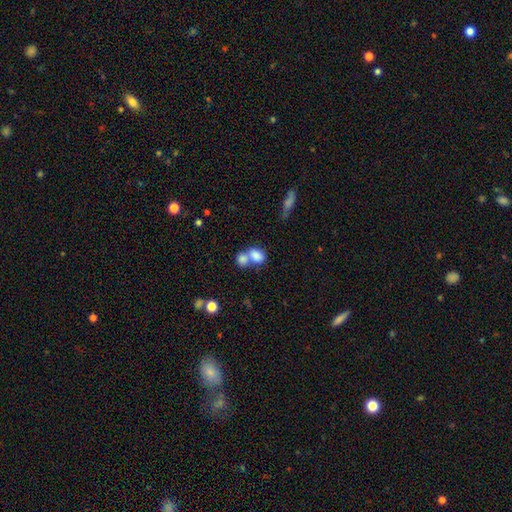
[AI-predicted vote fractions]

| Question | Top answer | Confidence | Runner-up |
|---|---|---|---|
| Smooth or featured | smooth | 80% | featured or disk (12%) |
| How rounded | in between | 69% | round (29%) |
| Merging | merger | 65% | none (24%) |